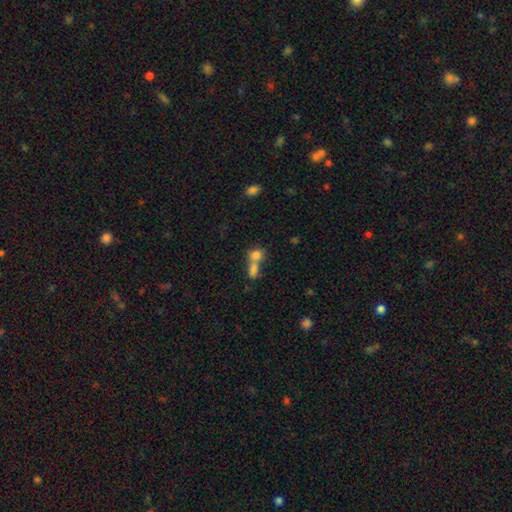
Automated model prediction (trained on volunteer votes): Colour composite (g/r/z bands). It shows a smooth galaxy with no disk features (79%) that is in between round and cigar-shaped (53%). Merging: merger (64%).